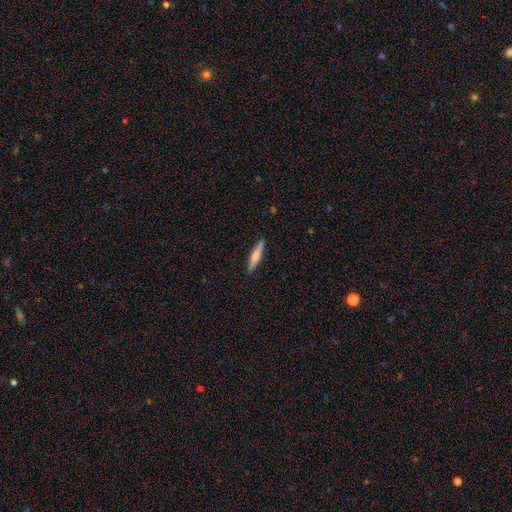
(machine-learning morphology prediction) This is likely a smooth galaxy (64%). How rounded: clearly cigar-shaped (88%). Merging: clearly none (90%).